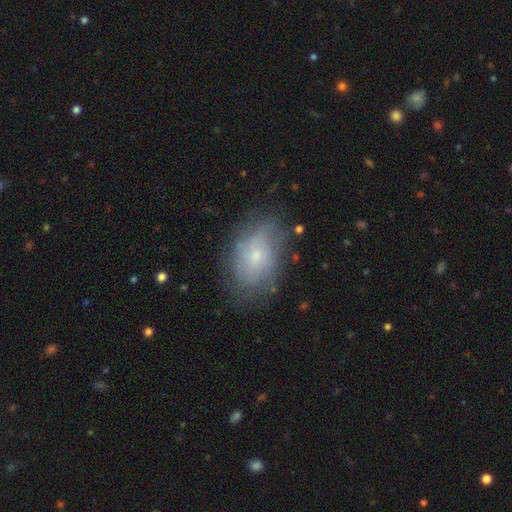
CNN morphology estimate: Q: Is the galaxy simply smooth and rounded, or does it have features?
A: featured or disk — 47%.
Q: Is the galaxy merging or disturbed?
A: none — 66%.